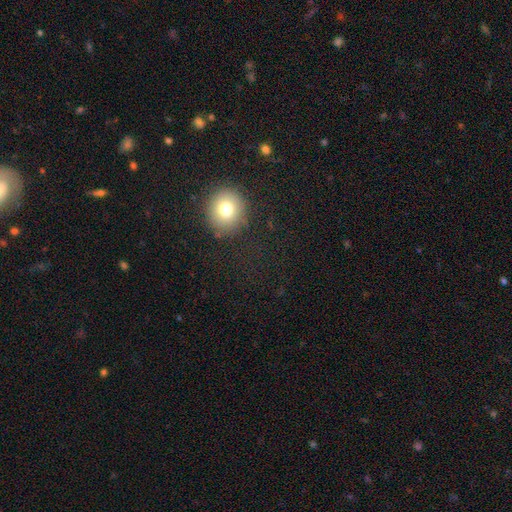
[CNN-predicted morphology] Smooth or featured? smooth (65%)
How rounded? round (87%)
Merging? none (85%)